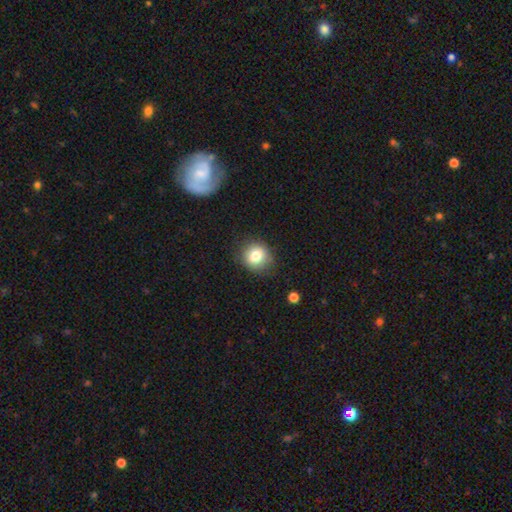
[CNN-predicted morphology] Smooth or featured: smooth — 80% (star or artifact — 11%)
How rounded: round — 85% (in between — 15%)
Merging: none — 84% (minor disturbance — 12%)